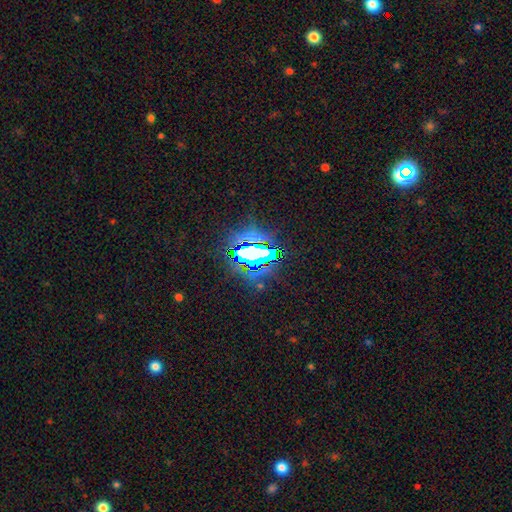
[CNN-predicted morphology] star or artifact 71%, smooth 16%, featured or disk 12%.